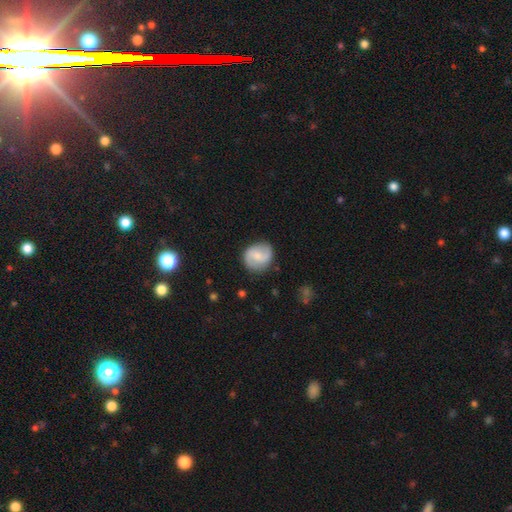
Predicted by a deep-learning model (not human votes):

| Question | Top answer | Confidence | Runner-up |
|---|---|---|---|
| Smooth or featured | featured or disk | 53% | smooth (40%) |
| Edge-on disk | no | 98% | yes (2%) |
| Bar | weak | 49% | no (37%) |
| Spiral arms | yes | 88% | no (12%) |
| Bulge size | small | 48% | moderate (36%) |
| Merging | none | 81% | minor disturbance (13%) |